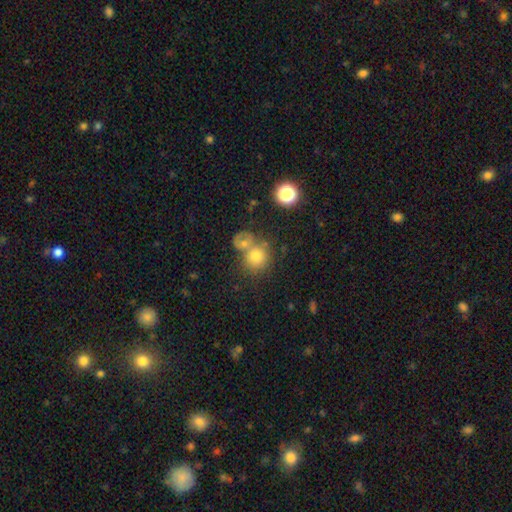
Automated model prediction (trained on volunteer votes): smooth_or_featured: smooth (p=0.73) [alt: featured or disk p=0.14]
how_rounded: round (p=0.82) [alt: in between p=0.17]
merging: merger (p=0.45) [alt: none p=0.42]